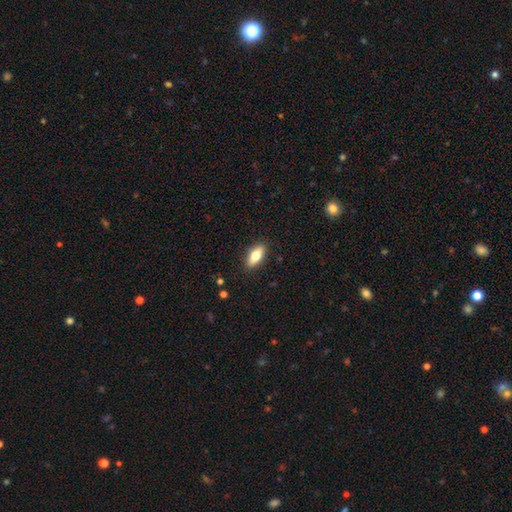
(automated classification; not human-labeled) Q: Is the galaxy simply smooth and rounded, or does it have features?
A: smooth — 72%.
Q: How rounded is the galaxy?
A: in between — 81%.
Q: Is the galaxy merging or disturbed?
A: none — 89%.